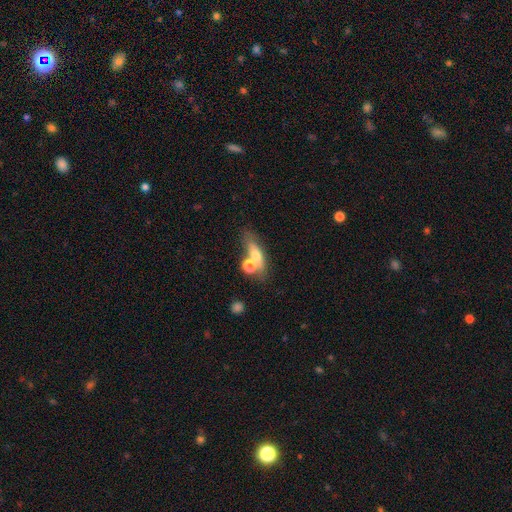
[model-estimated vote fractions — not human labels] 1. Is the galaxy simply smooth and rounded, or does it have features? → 59% smooth, 31% featured or disk, 10% star or artifact.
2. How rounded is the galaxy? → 47% in between, 33% cigar-shaped, 20% round.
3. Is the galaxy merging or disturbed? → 48% none, 33% merger, 12% minor disturbance, 7% major disturbance.